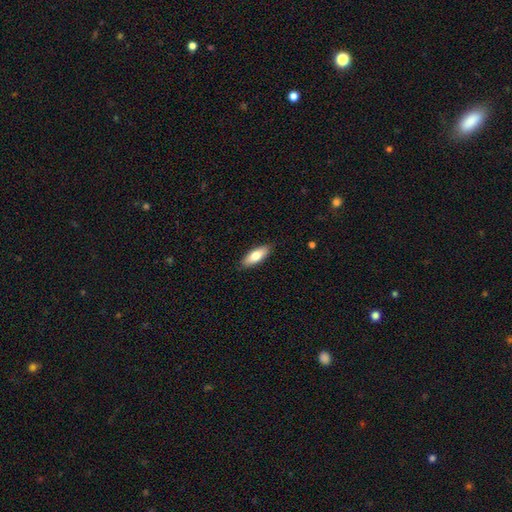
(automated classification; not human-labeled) The model was most divided on "how rounded": in between: 68%, cigar-shaped: 30%, round: 2%. More confident: merging — none (89%); smooth or featured — smooth (75%).